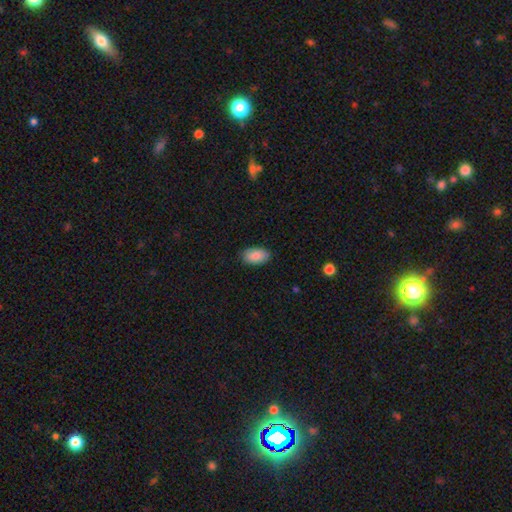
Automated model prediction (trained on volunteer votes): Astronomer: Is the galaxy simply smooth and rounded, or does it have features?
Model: smooth — 88%.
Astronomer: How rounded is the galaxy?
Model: in between — 94%.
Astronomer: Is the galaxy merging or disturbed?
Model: none — 87%.